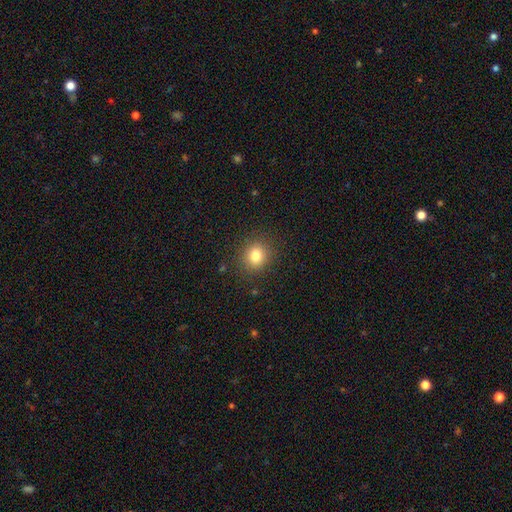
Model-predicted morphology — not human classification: smooth 80%, star or artifact 13%, featured or disk 7%. Down the decision tree: how rounded — round (79%); merging — none (88%).